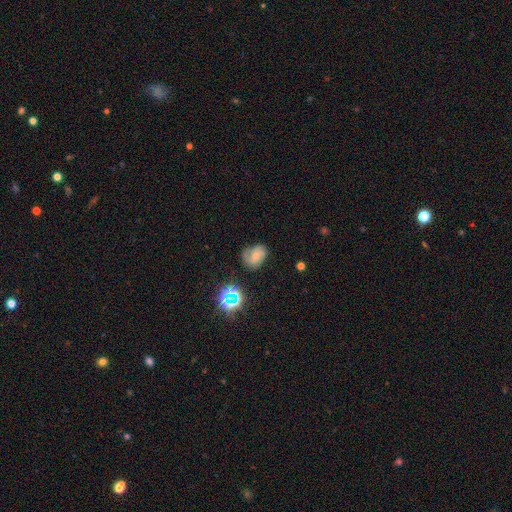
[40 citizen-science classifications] Smooth or featured?
  - featured or disk: 55% *
  - smooth: 38%
  - star or artifact: 8%
Edge-on disk?
  - no: 100% *
  - yes: 0%
Bar?
  - no: 68% *
  - weak: 32%
  - strong: 0%
Spiral arms?
  - yes: 100% *
  - no: 0%
Spiral winding?
  - tight: 68% *
  - medium: 18%
  - loose: 14%
Spiral arm count?
  - can't tell: 45% *
  - 3: 32%
  - 2: 23%
  - 1: 0%
  - 4: 0%
  - more than 4: 0%
Bulge size?
  - small: 59% *
  - moderate: 41%
  - dominant: 0%
  - large: 0%
  - none: 0%
Merging?
  - none: 65% *
  - minor disturbance: 27%
  - major disturbance: 5%
  - merger: 3%